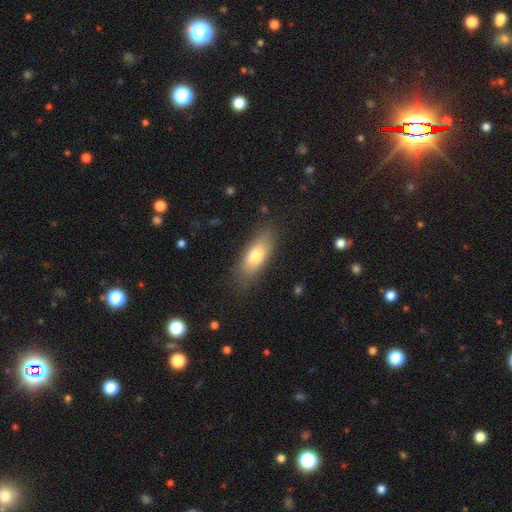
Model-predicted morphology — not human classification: smooth_or_featured: smooth (p=0.74) [alt: featured or disk p=0.19]
how_rounded: in between (p=0.74) [alt: cigar-shaped p=0.23]
merging: none (p=0.81) [alt: minor disturbance p=0.13]